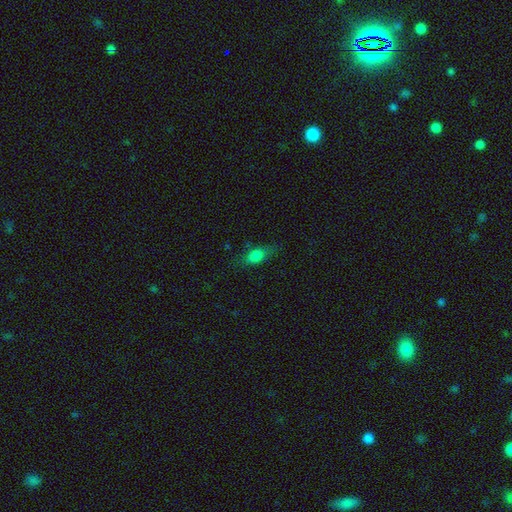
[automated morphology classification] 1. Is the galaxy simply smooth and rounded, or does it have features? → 74% smooth, 14% featured or disk, 12% star or artifact.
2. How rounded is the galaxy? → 74% in between, 17% cigar-shaped, 9% round.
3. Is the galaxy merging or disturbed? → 68% none, 22% minor disturbance, 8% major disturbance, 2% merger.